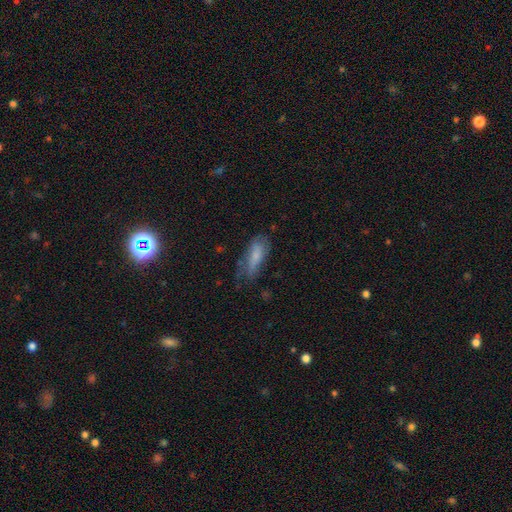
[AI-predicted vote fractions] Morphology: type=smooth (69%); roundness=in between (65%); merging=none (47%).